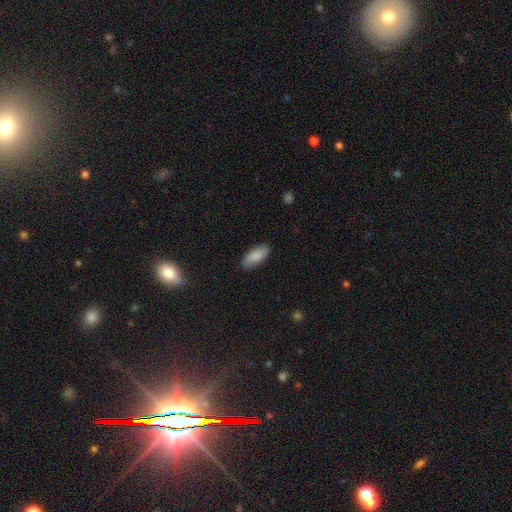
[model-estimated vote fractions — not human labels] This appears to be a smooth galaxy with no disk features (87%) that is in between round and cigar-shaped (87%). Merging: none (86%).